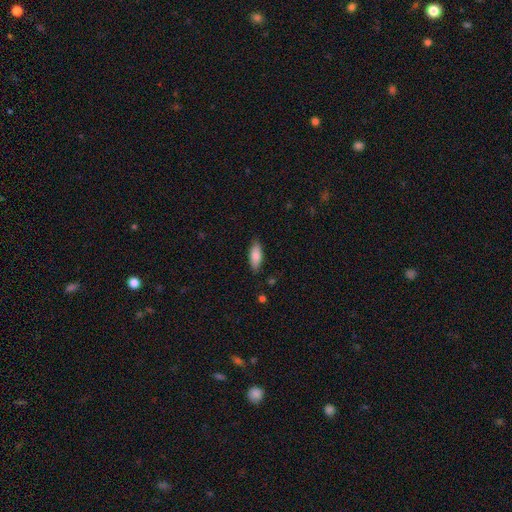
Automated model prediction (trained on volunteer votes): This appears to be a smooth galaxy with no disk features (83%) that is in between round and cigar-shaped (73%). Merging: none (86%).